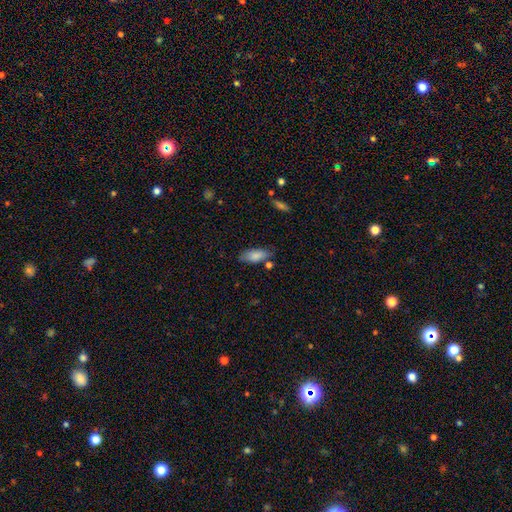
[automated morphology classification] Overall: smooth (83%). How rounded: in between (86%). Merging: none (71%).